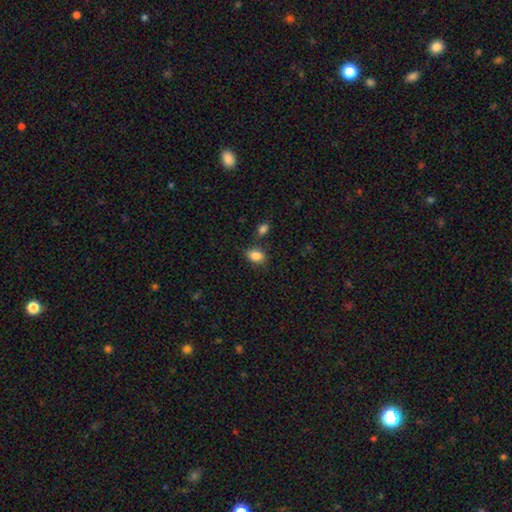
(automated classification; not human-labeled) smooth-or-featured: smooth: 85% | star or artifact: 9% | featured or disk: 6%
  how-rounded: in between: 78% | round: 21% | cigar-shaped: 1%
  merging: none: 73% | minor disturbance: 15% | merger: 8% | major disturbance: 4%